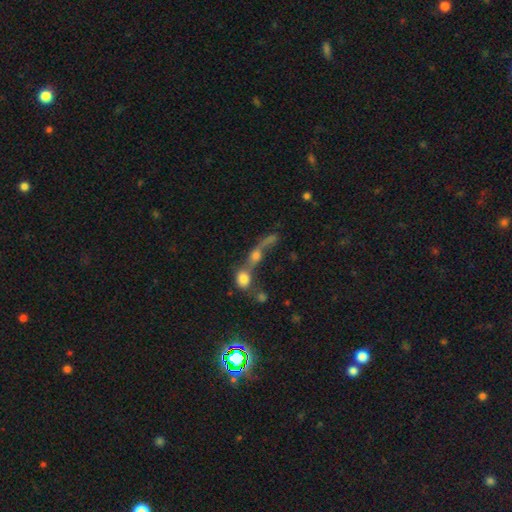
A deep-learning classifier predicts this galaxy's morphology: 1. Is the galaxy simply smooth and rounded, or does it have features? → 41% star or artifact, 36% smooth, 23% featured or disk.